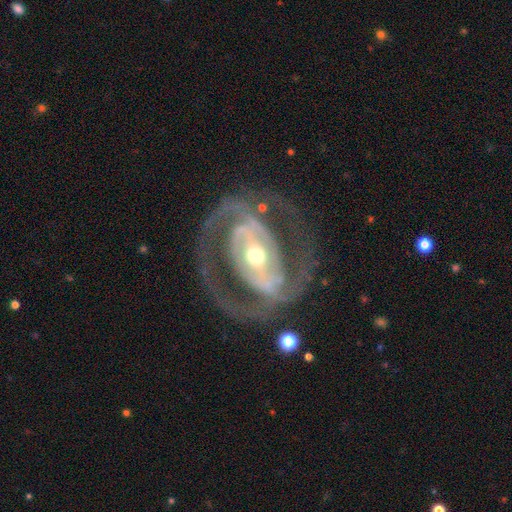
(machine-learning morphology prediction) A featured or disk galaxy (88%) with a strong bar (49%), 2 (82%) medium (45%) spiral arms (85%) and a moderate central bulge (61%). Merging: none (71%).